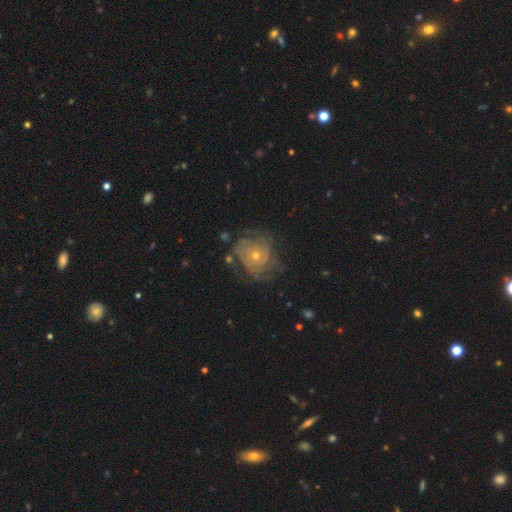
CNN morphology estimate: featured or disk 78%, smooth 12%, star or artifact 9%. Down the decision tree: edge-on disk — no (97%); bar — no (82%); spiral arms — yes (91%); spiral arm count — can't tell (40%); spiral winding — tight (68%); bulge size — small (57%); merging — none (70%).